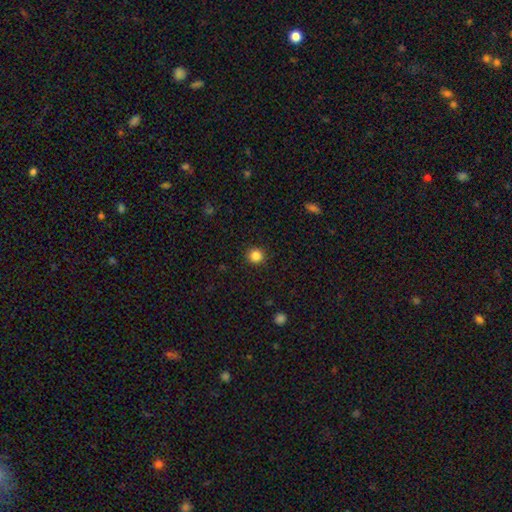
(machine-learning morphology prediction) Overall: smooth (85%). How rounded: round (94%). Merging: none (93%).